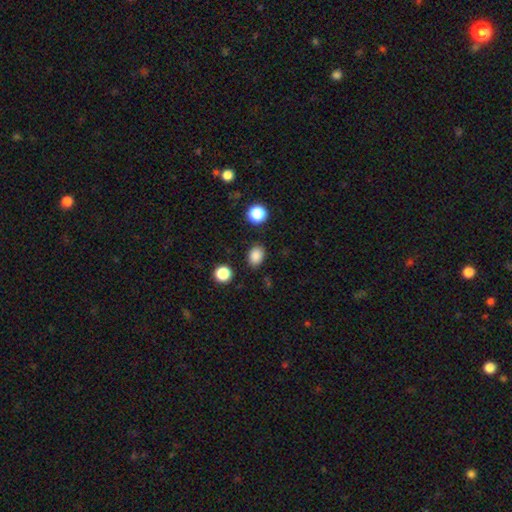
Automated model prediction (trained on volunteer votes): The model was most divided on "how rounded": in between: 63%, round: 36%, cigar-shaped: 1%. More confident: smooth or featured — smooth (86%); merging — none (85%).